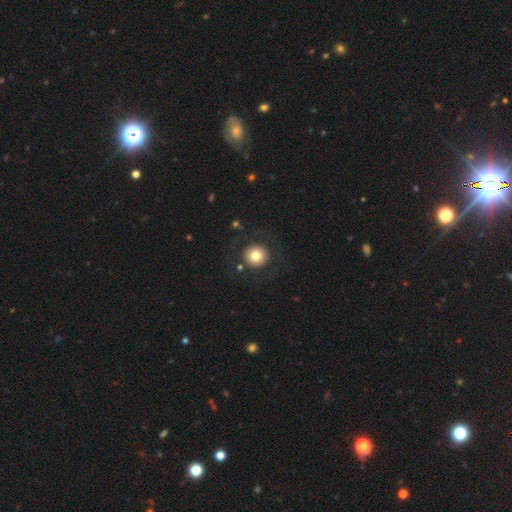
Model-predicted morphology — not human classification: Smooth or featured? Predicted: smooth (p=0.77). How rounded? Predicted: round (p=0.96). Merging? Predicted: none (p=0.86).